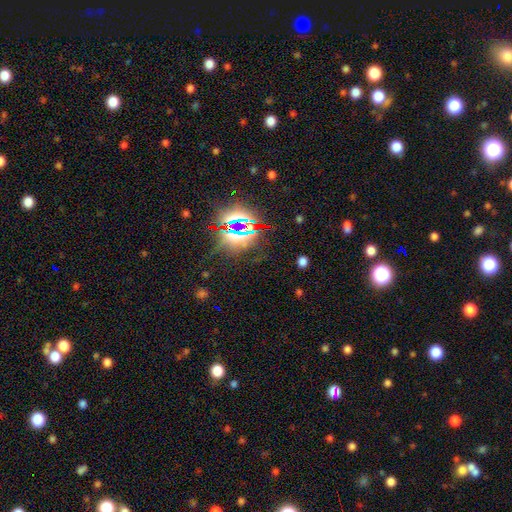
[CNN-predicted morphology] The model was most divided on "smooth or featured": star or artifact: 79%, smooth: 13%, featured or disk: 8%.